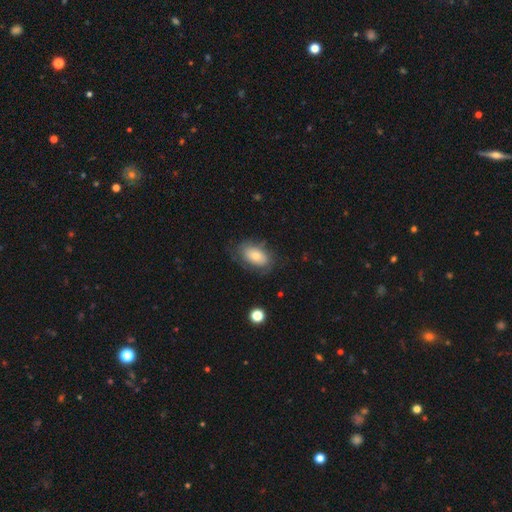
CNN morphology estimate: smooth_or_featured: smooth (p=0.71) [alt: featured or disk p=0.21]
how_rounded: in between (p=0.91) [alt: round p=0.07]
merging: none (p=0.66) [alt: minor disturbance p=0.21]